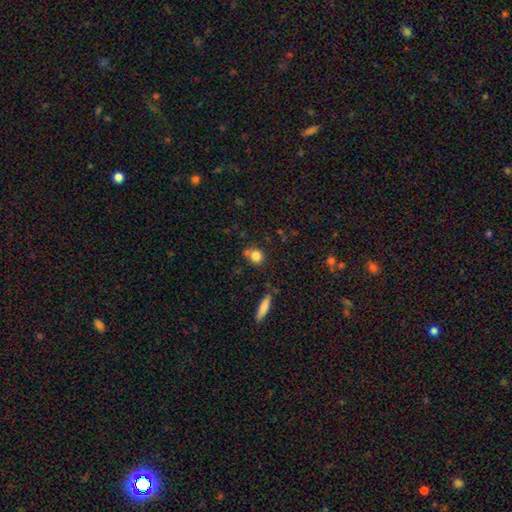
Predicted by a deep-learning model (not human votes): Overall: smooth (81%). How rounded: round (78%). Merging: none (63%).